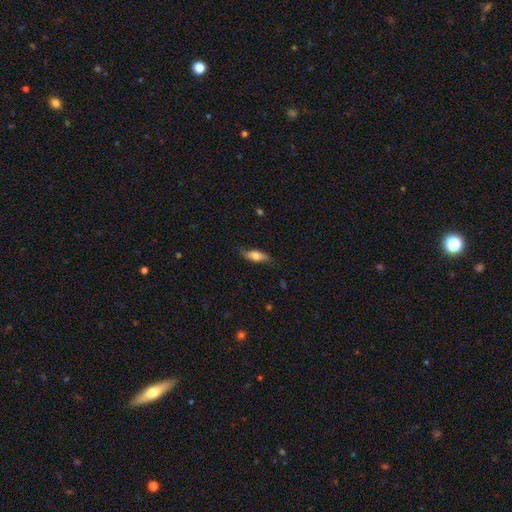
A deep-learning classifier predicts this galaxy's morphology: smooth 55%, featured or disk 38%, star or artifact 7%. Down the decision tree: how rounded — in between (63%); merging — none (73%).